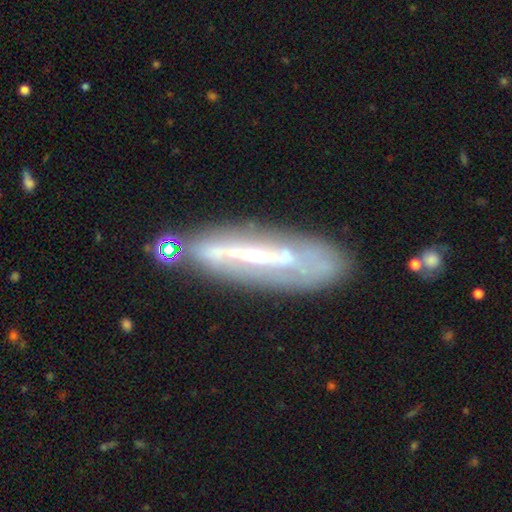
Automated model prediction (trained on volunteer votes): Q: Smooth or featured?
A: featured or disk (65%); runner-up: smooth (26%)
Q: Edge-on disk?
A: no (51%); runner-up: yes (49%)
Q: Merging?
A: none (64%); runner-up: minor disturbance (20%)